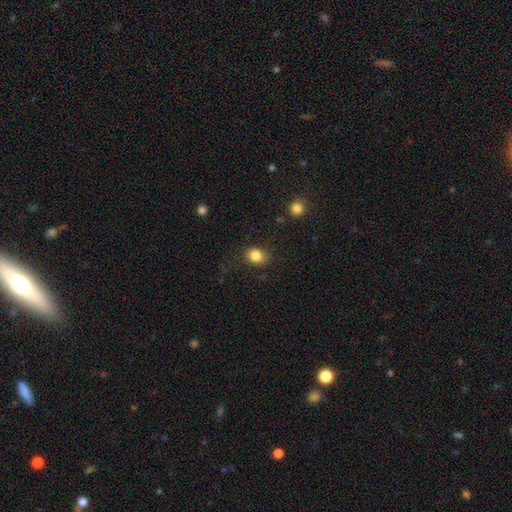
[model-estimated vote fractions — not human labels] smooth_or_featured: smooth (p=0.84) [alt: star or artifact p=0.10]
how_rounded: round (p=0.52) [alt: in between p=0.47]
merging: none (p=0.82) [alt: minor disturbance p=0.13]